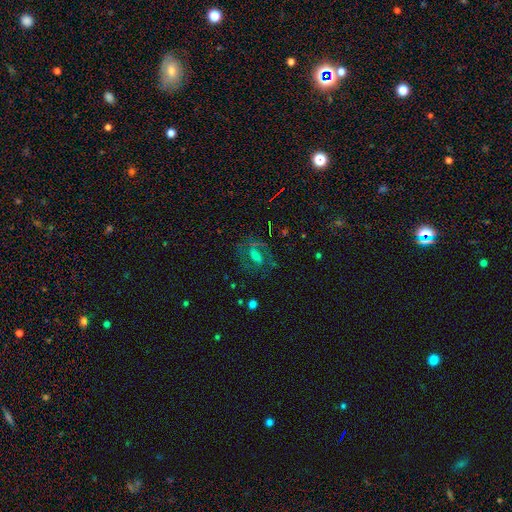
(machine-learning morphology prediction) A featured or disk galaxy (62%) with a weak bar (42%), spiral arms (74%) and a moderate central bulge (36%).

Vote fractions:
- Smooth or featured? featured or disk: 62% / smooth: 22% / star or artifact: 16%
- Edge-on disk? no: 95% / yes: 5%
- Bar? weak: 42% / no: 34% / strong: 24%
- Spiral arms? yes: 74% / no: 26%
- Bulge size? moderate: 36% / small: 30% / large: 16% / none: 16% / dominant: 3%
- Merging? none: 64% / minor disturbance: 17% / major disturbance: 17% / merger: 2%